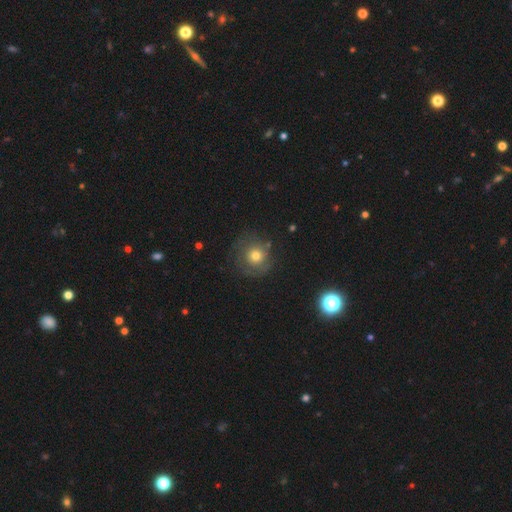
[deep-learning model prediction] smooth 54%, featured or disk 35%, star or artifact 12%. Down the decision tree: how rounded — round (91%); merging — none (72%).